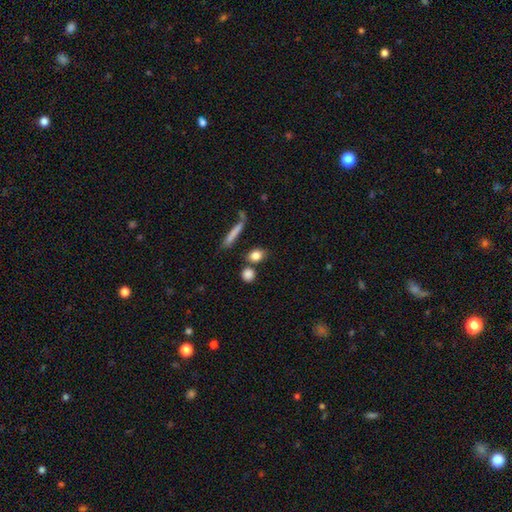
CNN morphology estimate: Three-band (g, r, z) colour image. It shows a smooth galaxy with no disk features (82%) that is round (51%). Merging: none (69%).